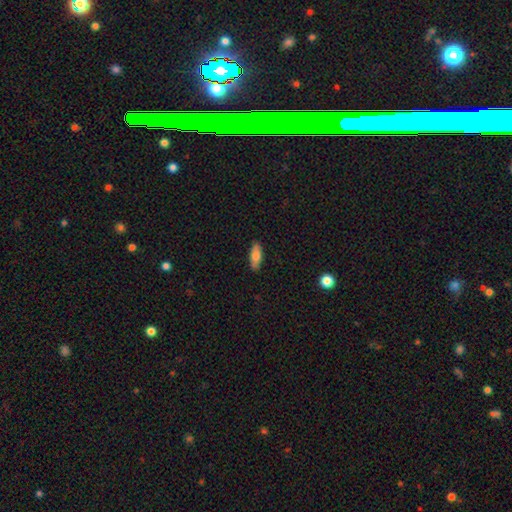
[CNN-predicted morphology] Q: Smooth or featured?
A: smooth (77%); runner-up: featured or disk (17%)
Q: How rounded?
A: in between (70%); runner-up: cigar-shaped (28%)
Q: Merging?
A: none (87%); runner-up: minor disturbance (10%)